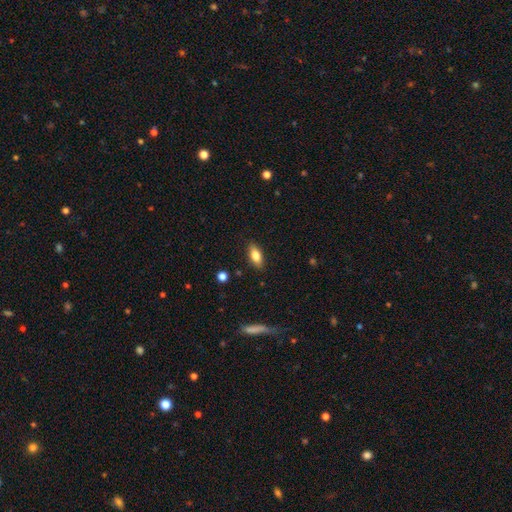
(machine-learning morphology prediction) The model was most divided on "smooth or featured": smooth: 80%, featured or disk: 12%, star or artifact: 8%. More confident: merging — none (87%); how rounded — in between (86%).